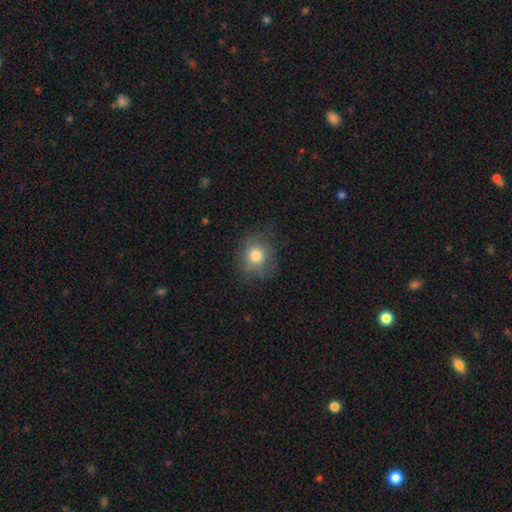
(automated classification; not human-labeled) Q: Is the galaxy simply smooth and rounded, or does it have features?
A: smooth — 76%.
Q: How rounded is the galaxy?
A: round — 82%.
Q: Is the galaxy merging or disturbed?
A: none — 71%.